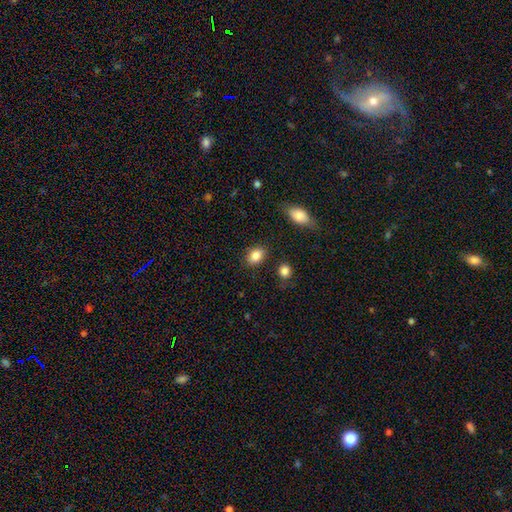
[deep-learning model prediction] This is clearly a smooth galaxy (85%). How rounded: likely in between (72%). Merging: clearly none (83%).